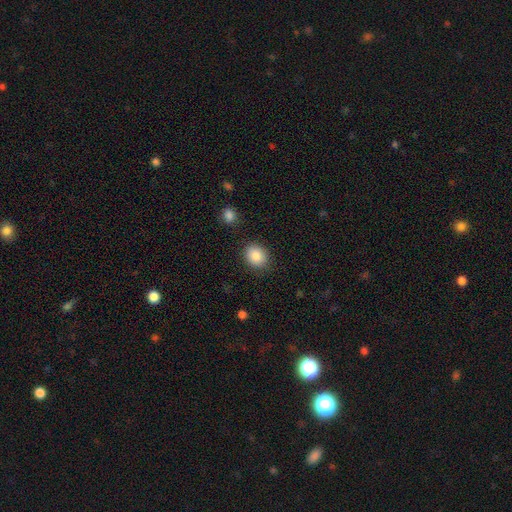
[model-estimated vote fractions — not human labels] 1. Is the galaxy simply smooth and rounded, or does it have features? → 87% smooth, 8% star or artifact, 5% featured or disk.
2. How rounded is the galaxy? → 59% round, 40% in between, 1% cigar-shaped.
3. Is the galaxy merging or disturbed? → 85% none, 10% minor disturbance, 3% major disturbance, 2% merger.